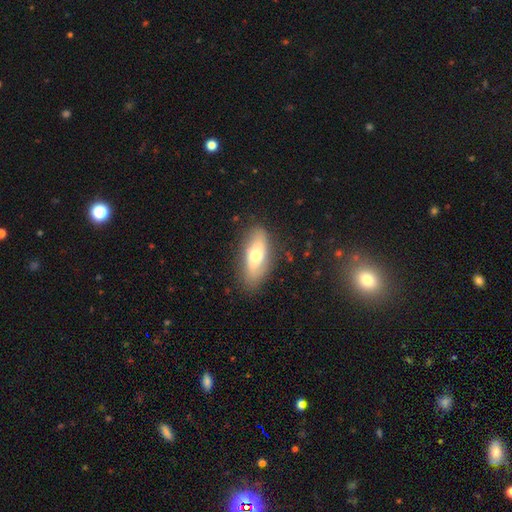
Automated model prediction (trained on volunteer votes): smooth_or_featured: smooth (p=0.62) [alt: featured or disk p=0.31]
how_rounded: in between (p=0.76) [alt: cigar-shaped p=0.21]
merging: none (p=0.82) [alt: minor disturbance p=0.13]